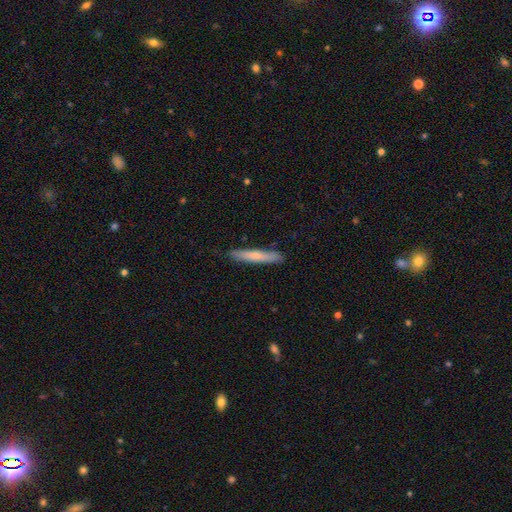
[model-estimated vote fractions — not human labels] Smooth or featured: smooth — 63% (featured or disk — 32%)
How rounded: cigar-shaped — 93% (in between — 6%)
Merging: none — 87% (minor disturbance — 10%)